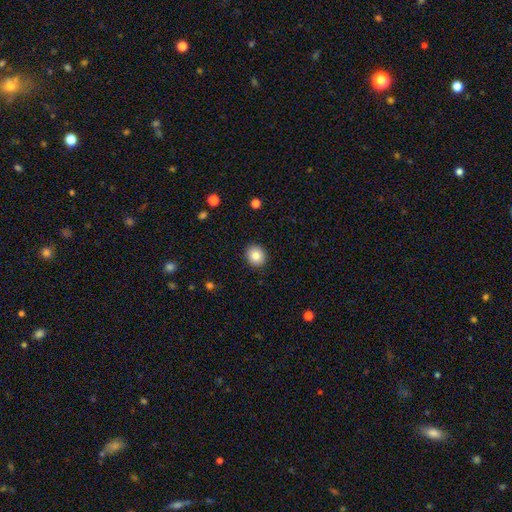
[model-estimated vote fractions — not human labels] smooth_or_featured: smooth (p=0.84) [alt: star or artifact p=0.09]
how_rounded: round (p=0.85) [alt: in between p=0.14]
merging: none (p=0.91) [alt: minor disturbance p=0.06]